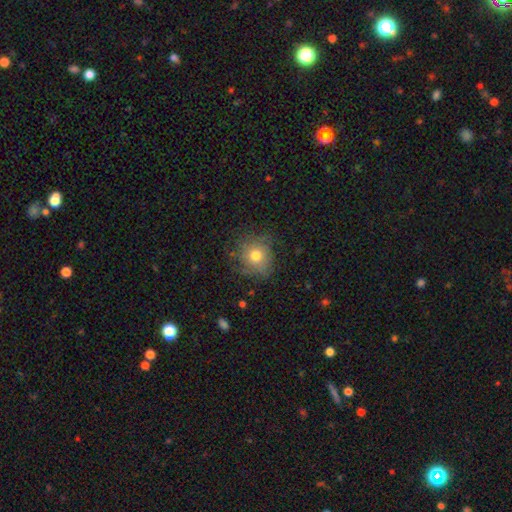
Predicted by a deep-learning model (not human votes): Overall: smooth (66%). How rounded: round (83%). Merging: none (72%).